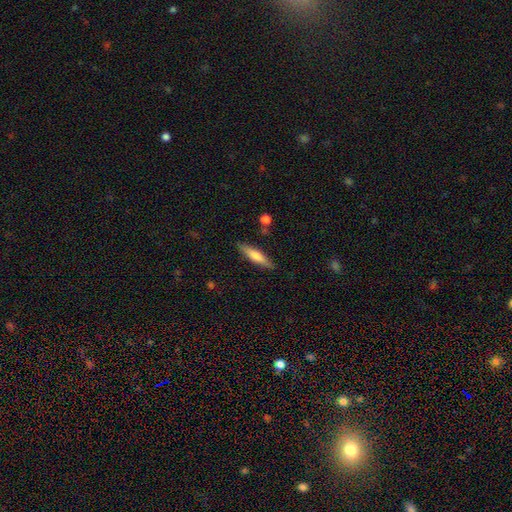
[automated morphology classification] Smooth or featured? smooth (56%)
How rounded? cigar-shaped (82%)
Merging? none (87%)